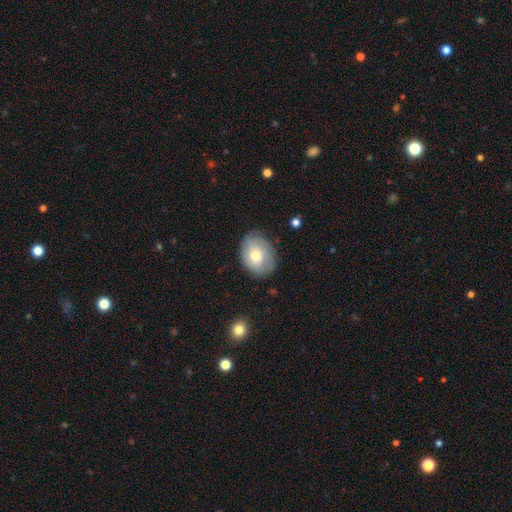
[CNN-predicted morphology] A smooth galaxy with no disk features (66%) that is in between round and cigar-shaped (68%). Merging: none (77%).